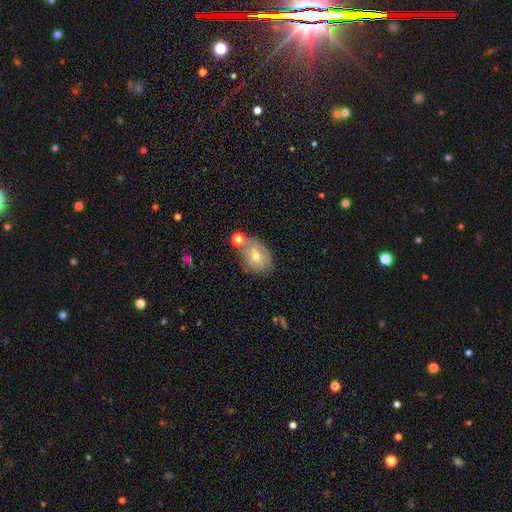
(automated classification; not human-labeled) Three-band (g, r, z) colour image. It shows a smooth galaxy with no disk features (63%) that is in between round and cigar-shaped (80%). Merging: none (60%).